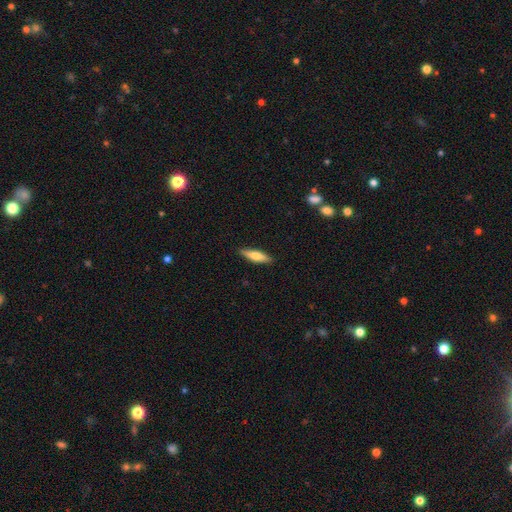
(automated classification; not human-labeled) A smooth galaxy with no disk features (61%) that is cigar-shaped (70%).

Vote fractions:
- Smooth or featured? smooth: 61% / featured or disk: 33% / star or artifact: 6%
- How rounded? cigar-shaped: 70% / in between: 28% / round: 2%
- Merging? none: 89% / minor disturbance: 8% / major disturbance: 2% / merger: 1%